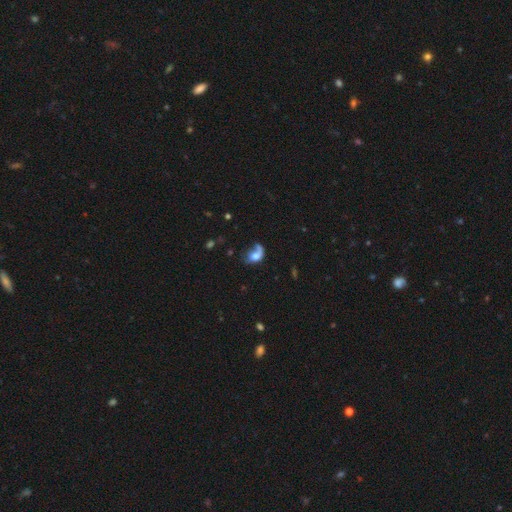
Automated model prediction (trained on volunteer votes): Smooth or featured? smooth (55%)
How rounded? in between (69%)
Merging? major disturbance (37%)